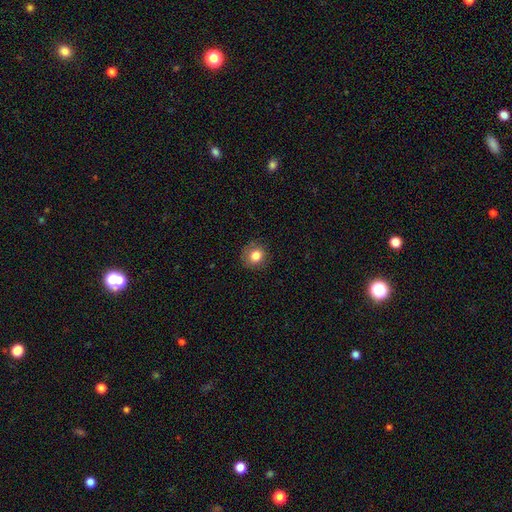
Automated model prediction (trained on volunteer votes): Morphology: type=smooth (82%); roundness=round (83%); merging=none (83%).